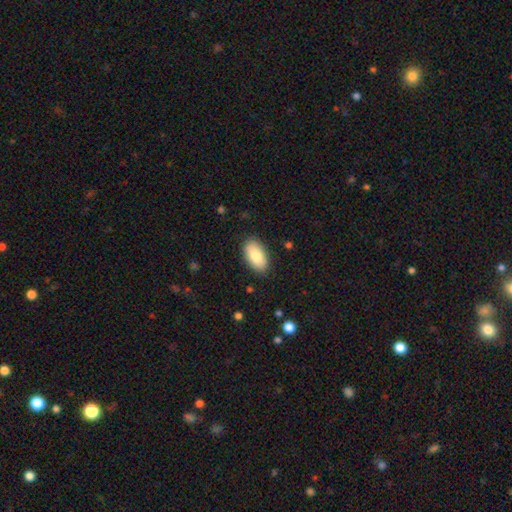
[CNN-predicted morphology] Smooth or featured?
  - smooth: 80% *
  - featured or disk: 13%
  - star or artifact: 6%
How rounded?
  - in between: 94% *
  - round: 3%
  - cigar-shaped: 3%
Merging?
  - none: 87% *
  - minor disturbance: 10%
  - major disturbance: 2%
  - merger: 1%